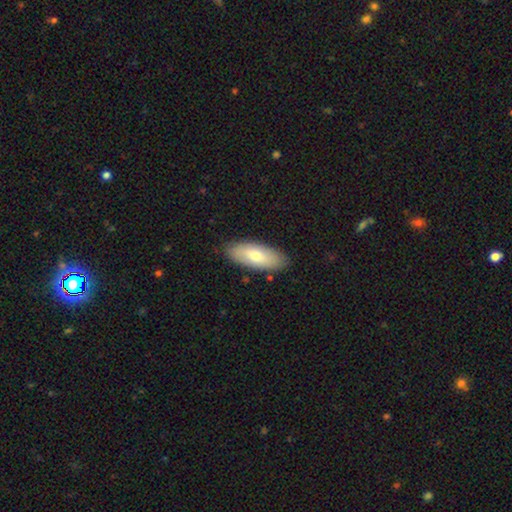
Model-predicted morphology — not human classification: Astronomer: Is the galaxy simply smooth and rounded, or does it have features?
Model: smooth — 70%.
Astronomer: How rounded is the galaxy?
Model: in between — 81%.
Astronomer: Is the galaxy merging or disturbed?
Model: none — 86%.